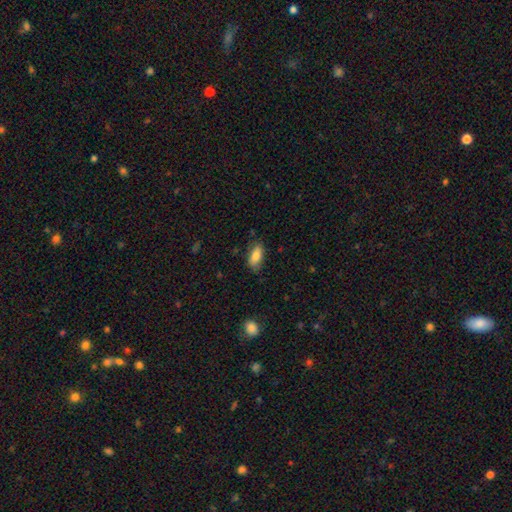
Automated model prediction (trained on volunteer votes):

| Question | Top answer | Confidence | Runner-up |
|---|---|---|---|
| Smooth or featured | smooth | 81% | featured or disk (12%) |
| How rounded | in between | 84% | cigar-shaped (13%) |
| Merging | none | 79% | minor disturbance (16%) |